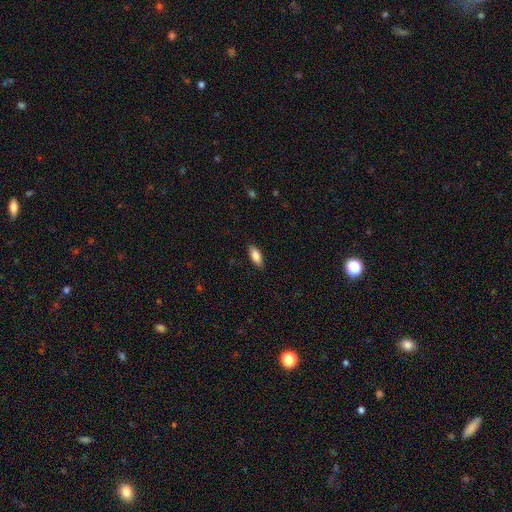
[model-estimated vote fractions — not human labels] smooth 83%, featured or disk 10%, star or artifact 6%. Down the decision tree: how rounded — in between (80%); merging — none (86%).